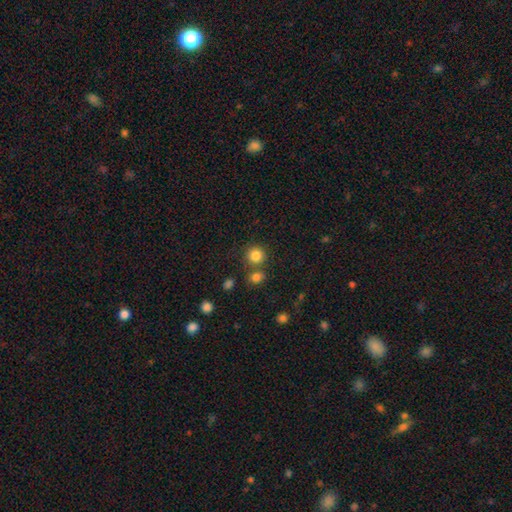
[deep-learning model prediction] Smooth or featured? smooth (83%)
How rounded? round (91%)
Merging? none (72%)